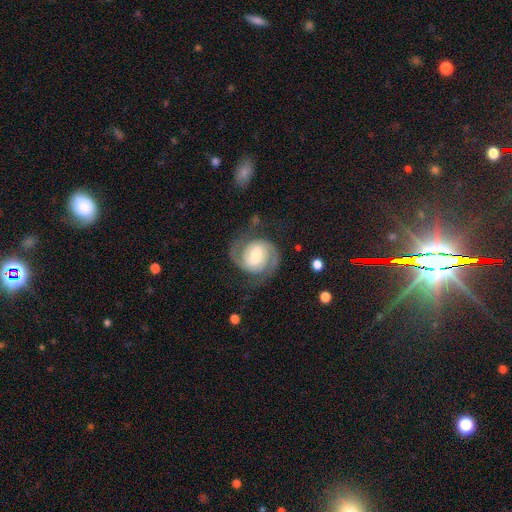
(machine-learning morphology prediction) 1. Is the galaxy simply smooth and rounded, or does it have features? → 89% featured or disk, 7% smooth, 5% star or artifact.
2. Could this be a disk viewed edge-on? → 98% no, 2% yes.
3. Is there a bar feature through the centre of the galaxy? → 47% weak, 36% no, 17% strong.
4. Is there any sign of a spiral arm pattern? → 98% yes, 2% no.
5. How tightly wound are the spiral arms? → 50% tight, 42% medium, 9% loose.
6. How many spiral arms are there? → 91% 2, 3% can't tell, 2% 3, 1% 1, 1% 4, 1% more than 4.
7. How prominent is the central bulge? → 60% moderate, 22% small, 13% large, 2% none, 2% dominant.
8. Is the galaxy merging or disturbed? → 75% none, 14% minor disturbance, 9% major disturbance, 2% merger.